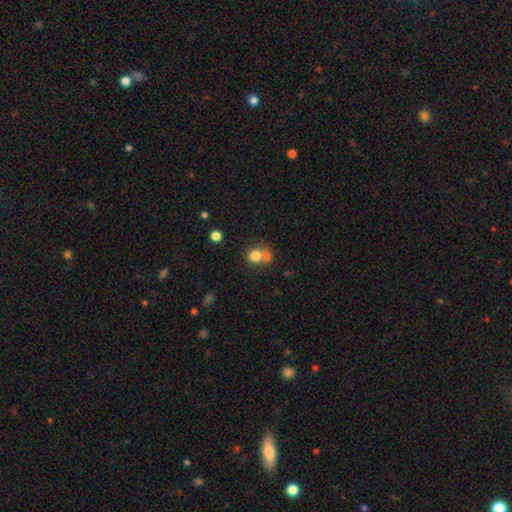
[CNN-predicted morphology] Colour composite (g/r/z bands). It shows a smooth galaxy with no disk features (78%) that is round (73%). Merging: merger (46%).